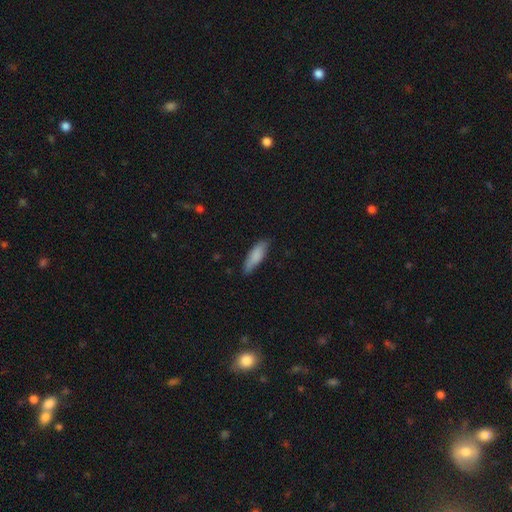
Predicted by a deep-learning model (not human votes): This is clearly a smooth galaxy (84%). How rounded: possibly cigar-shaped (52%). Merging: likely none (75%).